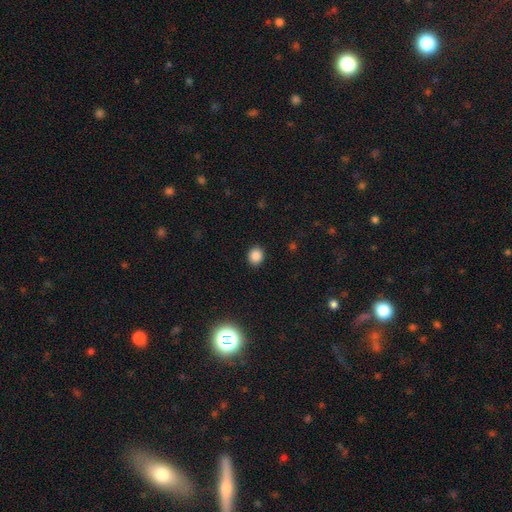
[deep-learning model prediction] A smooth galaxy with no disk features (86%) that is round (69%).

Vote fractions:
- Smooth or featured? smooth: 86% / star or artifact: 11% / featured or disk: 3%
- How rounded? round: 69% / in between: 30% / cigar-shaped: 1%
- Merging? none: 91% / minor disturbance: 6% / major disturbance: 2% / merger: 1%